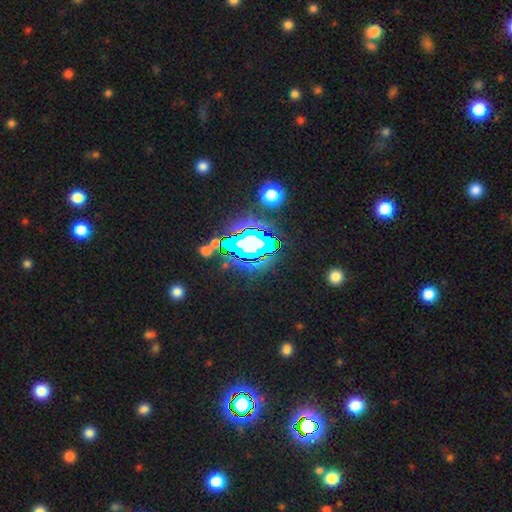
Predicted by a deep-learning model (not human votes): Overall: star or artifact (82%).